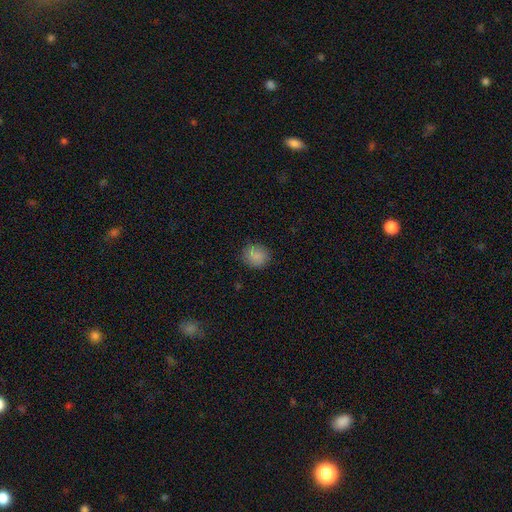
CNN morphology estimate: smooth_or_featured: smooth (p=0.83) [alt: star or artifact p=0.09]
how_rounded: round (p=0.78) [alt: in between p=0.21]
merging: none (p=0.82) [alt: minor disturbance p=0.14]